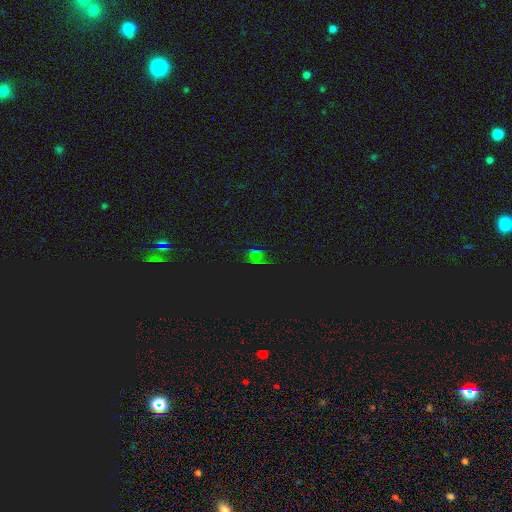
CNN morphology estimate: A star or artifact, not a galaxy (70%).